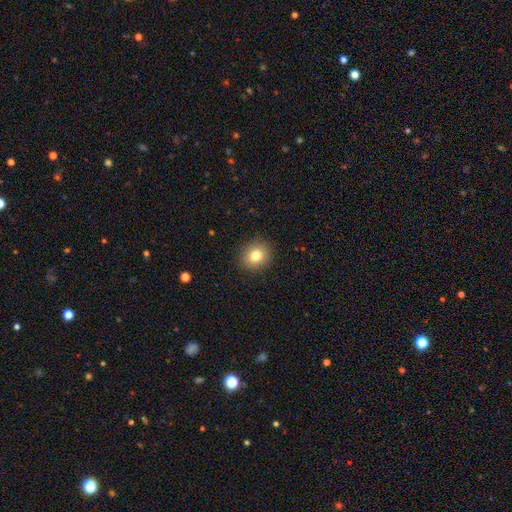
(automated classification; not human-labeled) Smooth or featured? smooth (79%)
How rounded? round (76%)
Merging? none (90%)